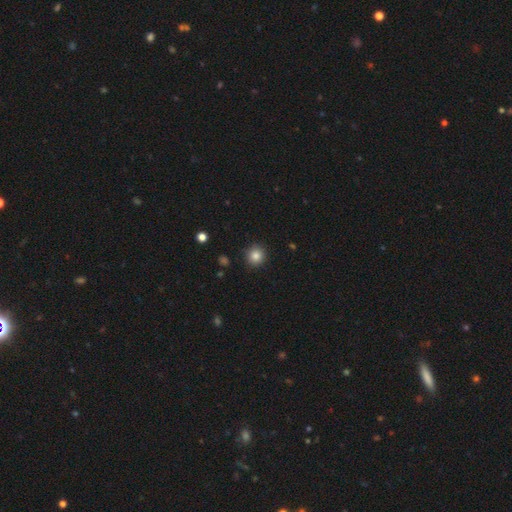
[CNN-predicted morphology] Smooth or featured? Predicted: smooth (p=0.84). How rounded? Predicted: round (p=0.91). Merging? Predicted: none (p=0.90).